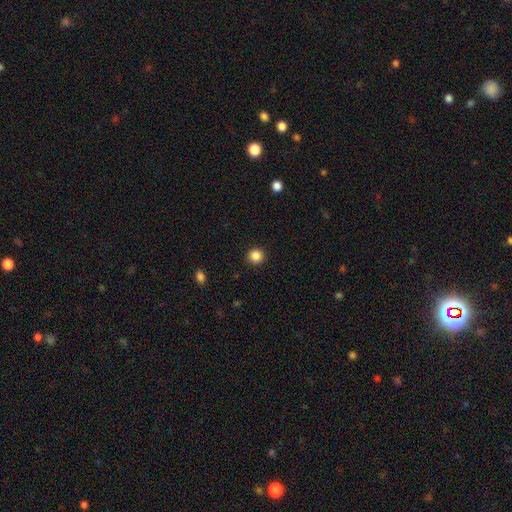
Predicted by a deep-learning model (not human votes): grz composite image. It shows a smooth galaxy with no disk features (86%) that is round (93%). Merging: none (92%).